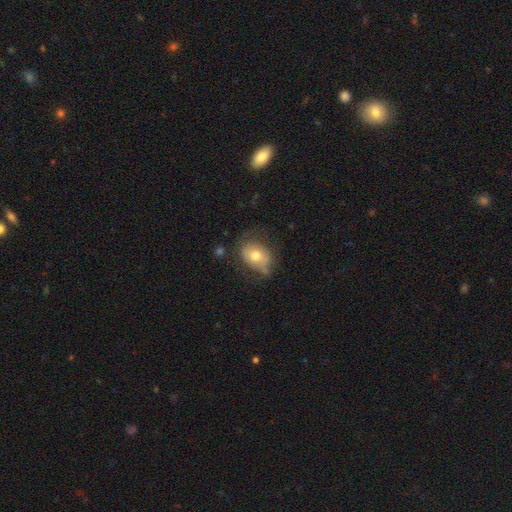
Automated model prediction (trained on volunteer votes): smooth_or_featured: smooth (p=0.59) [alt: featured or disk p=0.34]
how_rounded: in between (p=0.64) [alt: round p=0.35]
merging: none (p=0.53) [alt: minor disturbance p=0.29]